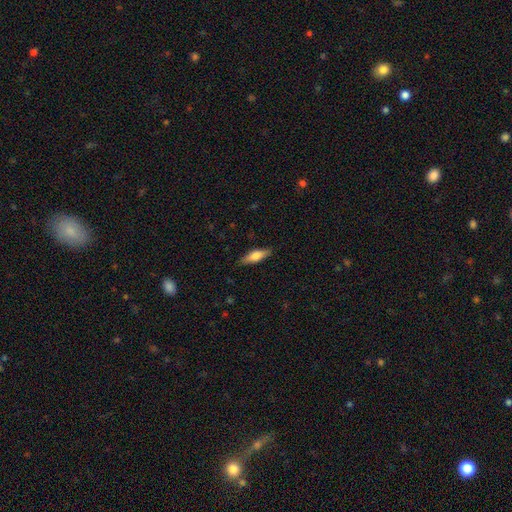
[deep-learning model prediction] Overall: smooth (68%). How rounded: in between (49%, tied with cigar-shaped). Merging: none (86%).